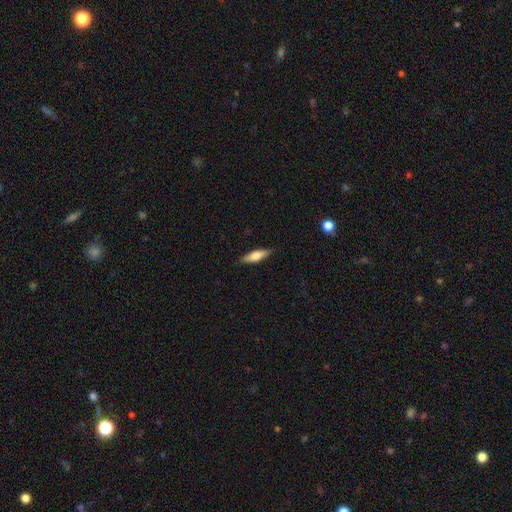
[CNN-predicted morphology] A smooth galaxy with no disk features (68%) that is cigar-shaped (58%). Merging: none (85%).